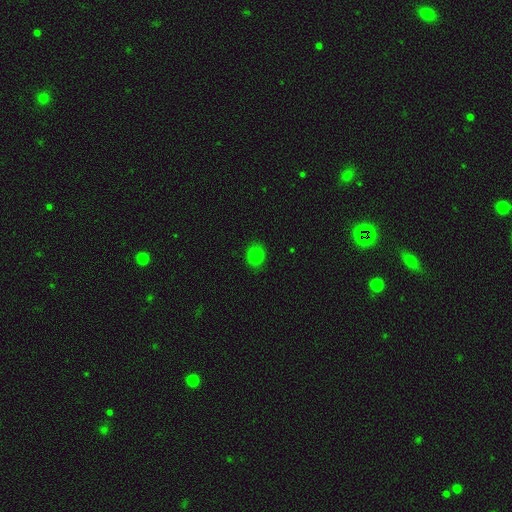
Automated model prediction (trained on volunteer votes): smooth 82%, star or artifact 14%, featured or disk 4%. Down the decision tree: how rounded — round (65%); merging — none (81%).